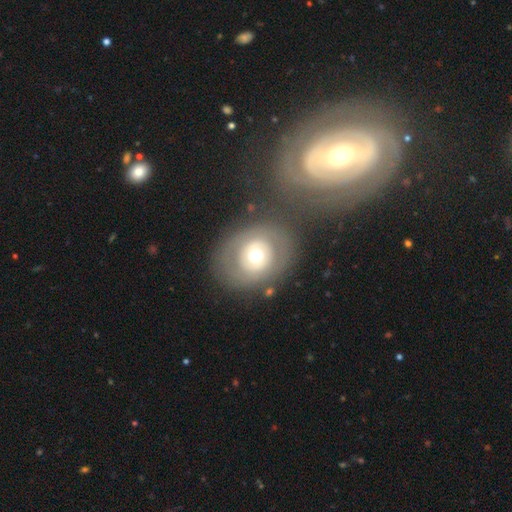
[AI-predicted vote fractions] smooth_or_featured: featured or disk (p=0.49) [alt: smooth p=0.42]
merging: none (p=0.72) [alt: minor disturbance p=0.13]